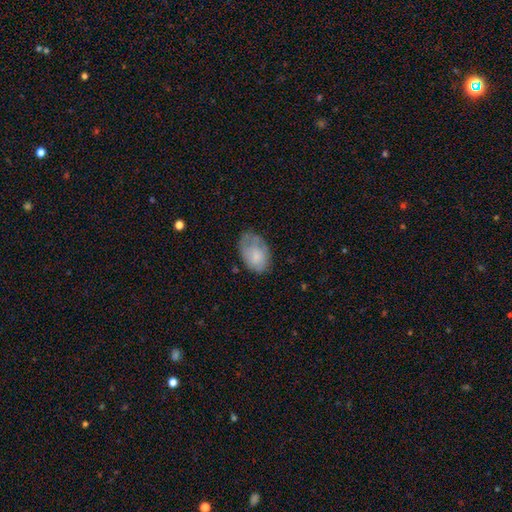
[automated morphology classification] Q: Smooth or featured?
A: smooth (71%); runner-up: featured or disk (22%)
Q: How rounded?
A: in between (89%); runner-up: round (10%)
Q: Merging?
A: none (49%); runner-up: minor disturbance (34%)